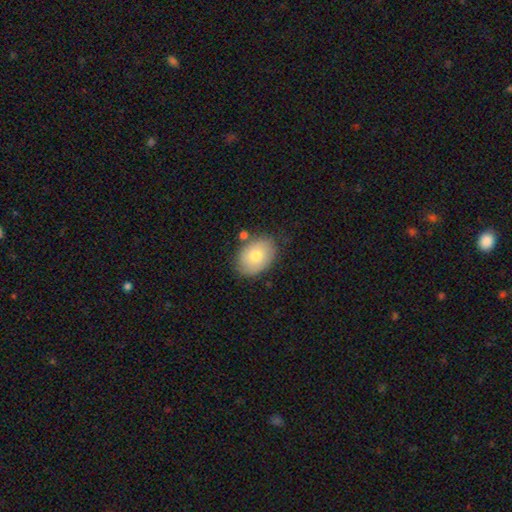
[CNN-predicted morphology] Smooth or featured? smooth (74%)
How rounded? in between (76%)
Merging? none (76%)